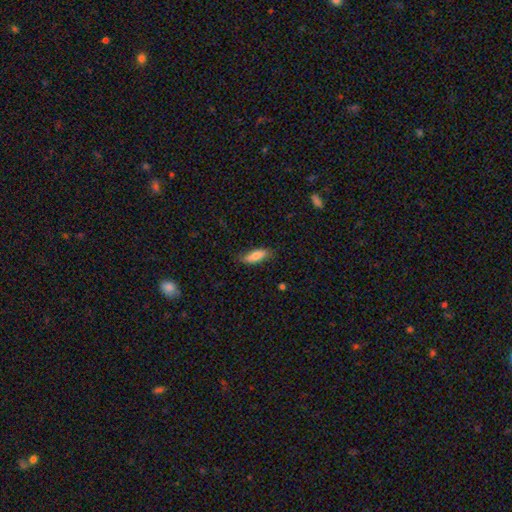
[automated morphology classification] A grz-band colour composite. It shows a smooth galaxy with no disk features (81%) that is in between round and cigar-shaped (63%). Merging: none (79%).